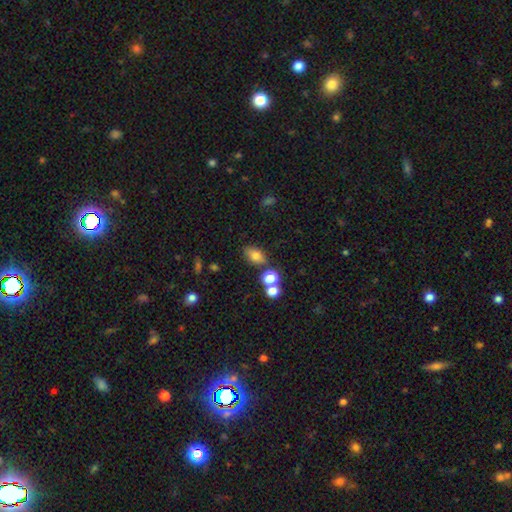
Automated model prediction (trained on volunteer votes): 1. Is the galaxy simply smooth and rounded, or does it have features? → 74% smooth, 14% star or artifact, 12% featured or disk.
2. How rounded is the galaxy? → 78% in between, 18% round, 4% cigar-shaped.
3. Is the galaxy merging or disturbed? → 68% none, 14% minor disturbance, 13% merger, 5% major disturbance.